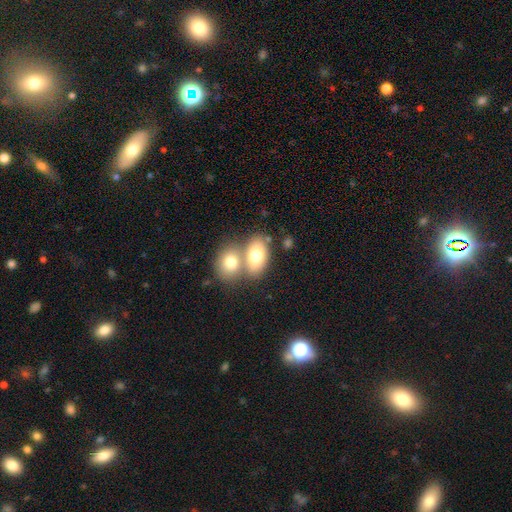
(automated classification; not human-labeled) The model was most divided on "merging": merger: 53%, none: 35%, minor disturbance: 8%, major disturbance: 3%. More confident: how rounded — in between (83%); smooth or featured — smooth (72%).